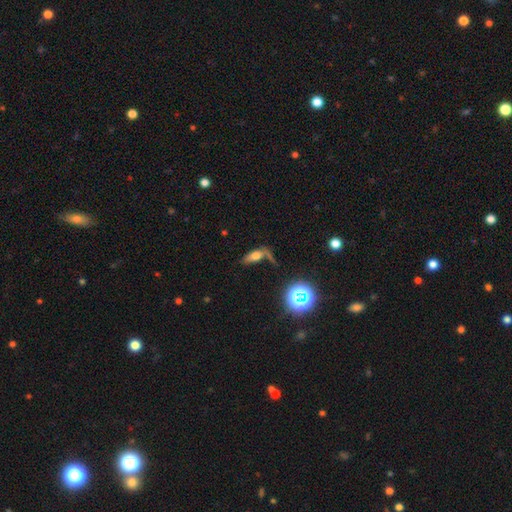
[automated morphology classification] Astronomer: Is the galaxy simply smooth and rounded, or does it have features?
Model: smooth — 54%.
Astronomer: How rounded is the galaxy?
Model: in between — 61%.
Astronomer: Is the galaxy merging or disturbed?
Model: none — 42% (runner-up: merger, 20%).